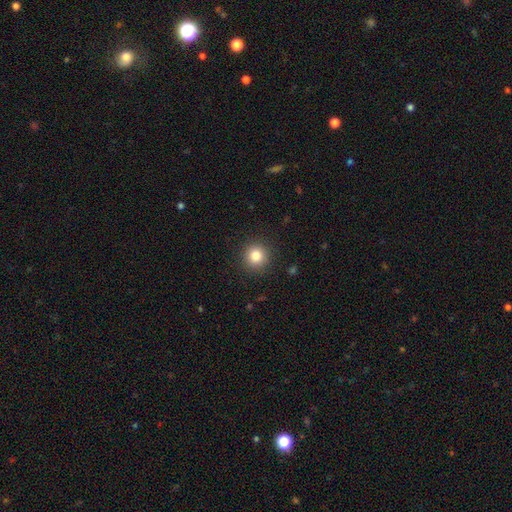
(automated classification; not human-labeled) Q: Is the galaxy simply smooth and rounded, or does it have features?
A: smooth — 83%.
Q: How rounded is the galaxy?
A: round — 94%.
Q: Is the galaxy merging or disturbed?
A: none — 91%.